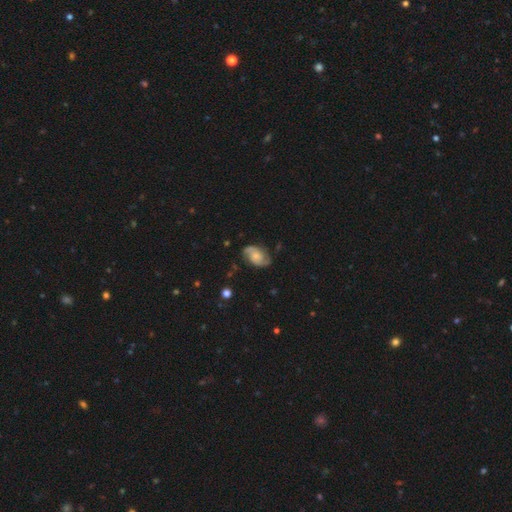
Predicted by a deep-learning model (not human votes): Overall: featured or disk (81%). Edge-on disk: no (97%). Bar: no (63%; weak 31%). Spiral arms: yes (96%). Spiral arm count: 2 (91%). Spiral winding: medium (49%; tight 33%). Bulge size: small (40%; moderate 33%). Merging: none (79%).